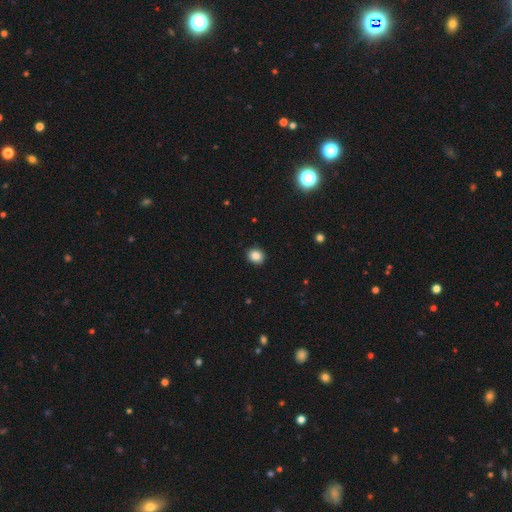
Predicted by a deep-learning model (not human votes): This is clearly a smooth galaxy (85%). How rounded: likely round (72%). Merging: clearly none (91%).